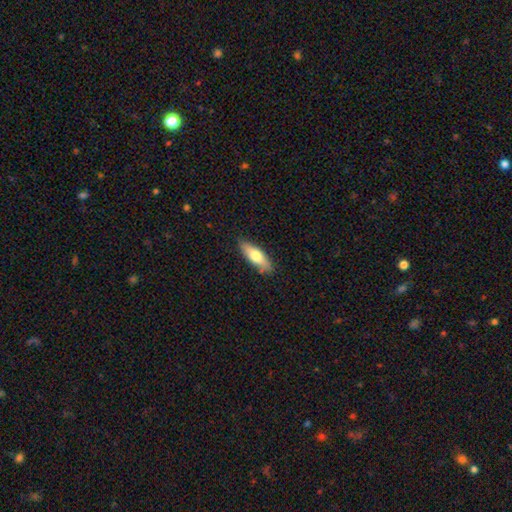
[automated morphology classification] Smooth or featured: smooth — 69% (featured or disk — 25%)
How rounded: in between — 59% (cigar-shaped — 38%)
Merging: none — 86% (minor disturbance — 11%)